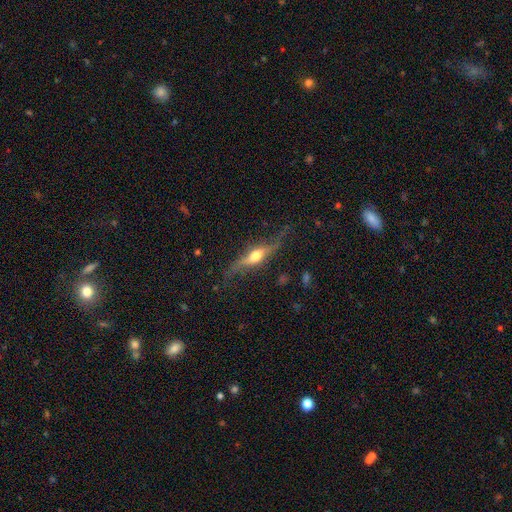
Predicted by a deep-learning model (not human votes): Q: Smooth or featured?
A: featured or disk (74%); runner-up: smooth (20%)
Q: Edge-on disk?
A: yes (80%); runner-up: no (20%)
Q: Edge-on bulge?
A: rounded (90%); runner-up: boxy (6%)
Q: Merging?
A: none (62%); runner-up: minor disturbance (23%)